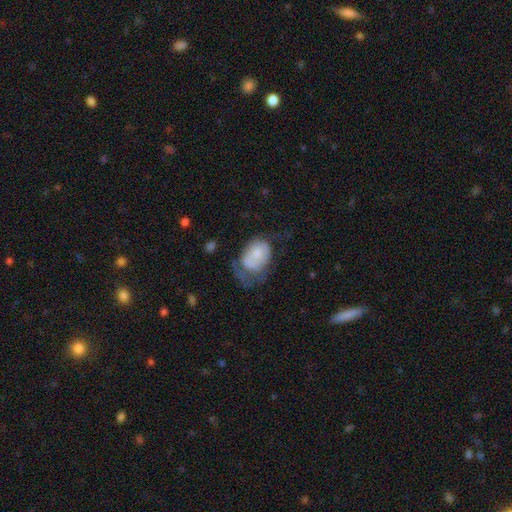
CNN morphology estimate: This is possibly a smooth galaxy (56%). How rounded: likely in between (75%). Merging: marginally major disturbance (42%).